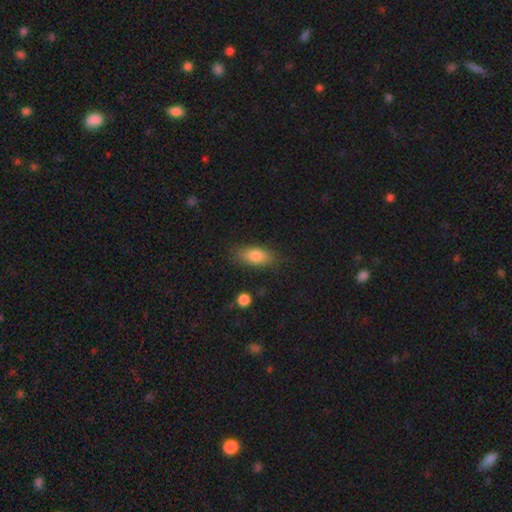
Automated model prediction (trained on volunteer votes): smooth_or_featured: smooth (p=0.80) [alt: featured or disk p=0.12]
how_rounded: in between (p=0.82) [alt: cigar-shaped p=0.13]
merging: none (p=0.81) [alt: minor disturbance p=0.14]